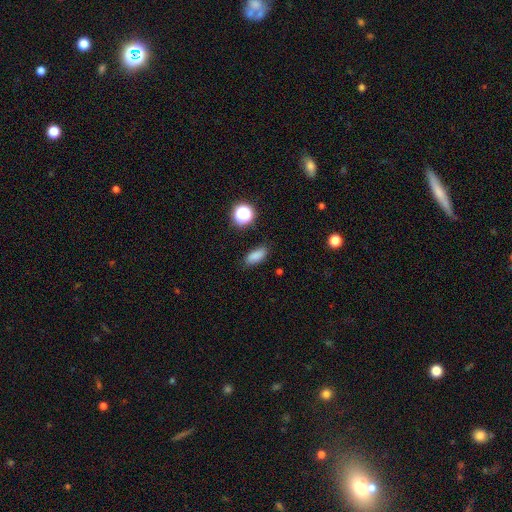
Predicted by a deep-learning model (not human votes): Morphology: type=smooth (83%); roundness=in between (79%); merging=none (82%).